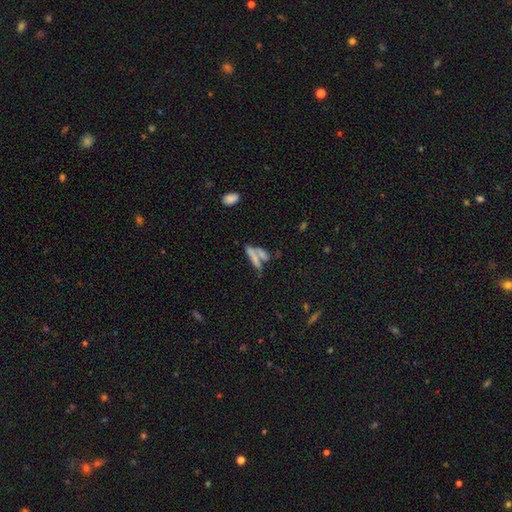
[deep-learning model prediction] The model was most divided on "merging": merger: 50%, none: 31%, minor disturbance: 11%, major disturbance: 8%. More confident: how rounded — cigar-shaped (65%); smooth or featured — smooth (60%).